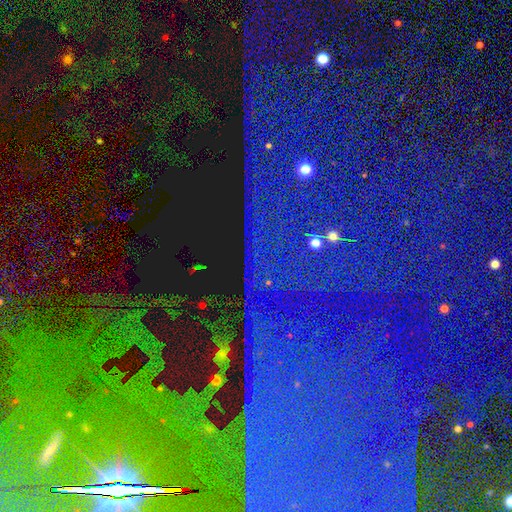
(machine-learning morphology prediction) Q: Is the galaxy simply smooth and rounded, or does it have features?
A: star or artifact — 86%.